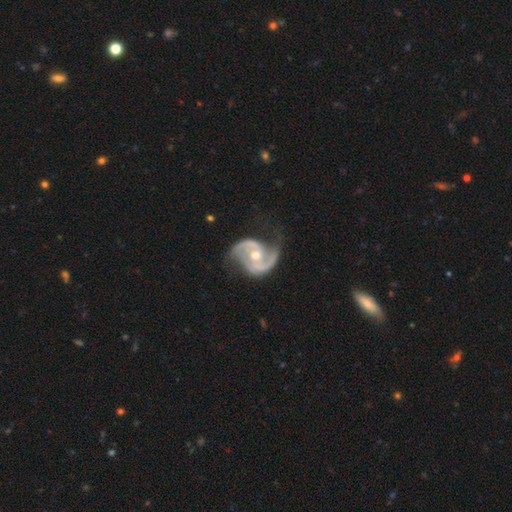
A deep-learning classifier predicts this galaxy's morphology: Overall: featured or disk (92%). Edge-on disk: no (98%). Bar: no (54%; weak 34%). Spiral arms: yes (98%). Spiral arm count: 2 (90%). Spiral winding: medium (56%; loose 24%). Bulge size: moderate (74%). Merging: none (65%).